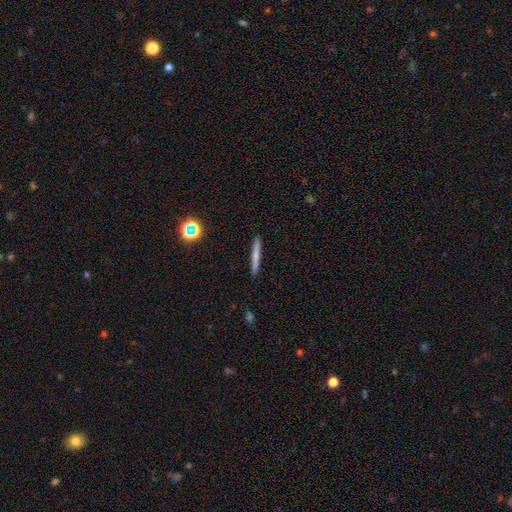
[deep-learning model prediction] This appears to be a smooth galaxy with no disk features (63%) that is cigar-shaped (95%). Merging: none (91%).